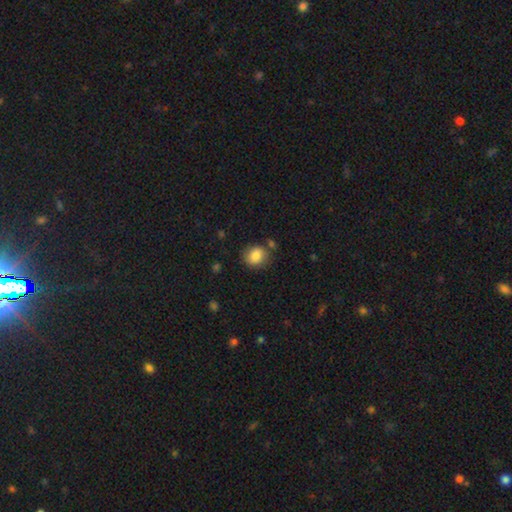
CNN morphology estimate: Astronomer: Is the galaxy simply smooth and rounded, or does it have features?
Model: smooth — 85%.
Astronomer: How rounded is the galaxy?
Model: round — 67%.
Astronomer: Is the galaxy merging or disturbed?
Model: none — 76%.